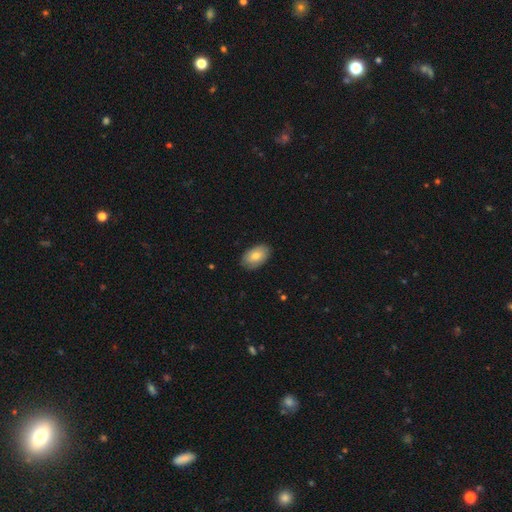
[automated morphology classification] A smooth galaxy with no disk features (74%) that is in between round and cigar-shaped (92%).

Vote fractions:
- Smooth or featured? smooth: 74% / featured or disk: 19% / star or artifact: 7%
- How rounded? in between: 92% / round: 6% / cigar-shaped: 1%
- Merging? none: 85% / minor disturbance: 12% / major disturbance: 2% / merger: 1%